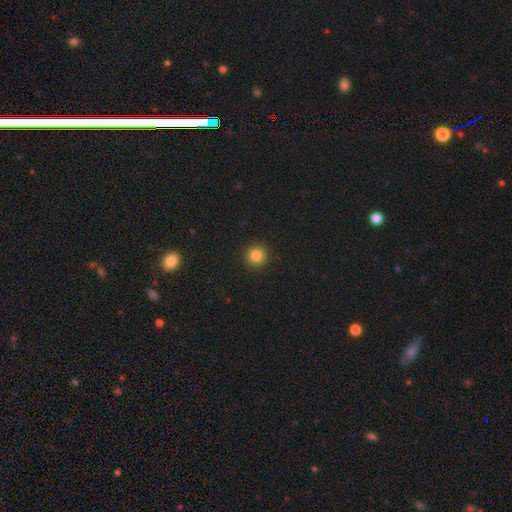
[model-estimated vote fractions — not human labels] Smooth or featured?
  - smooth: 84% *
  - star or artifact: 11%
  - featured or disk: 4%
How rounded?
  - round: 95% *
  - in between: 4%
  - cigar-shaped: 1%
Merging?
  - none: 92% *
  - minor disturbance: 5%
  - major disturbance: 2%
  - merger: 1%